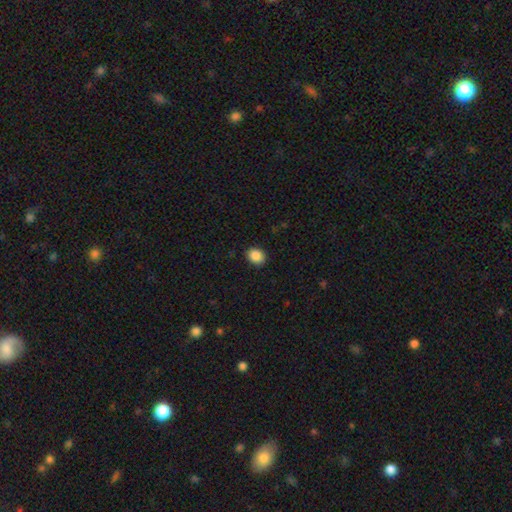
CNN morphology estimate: Smooth or featured: smooth — 88% (star or artifact — 9%)
How rounded: round — 52% (in between — 48%)
Merging: none — 89% (minor disturbance — 8%)